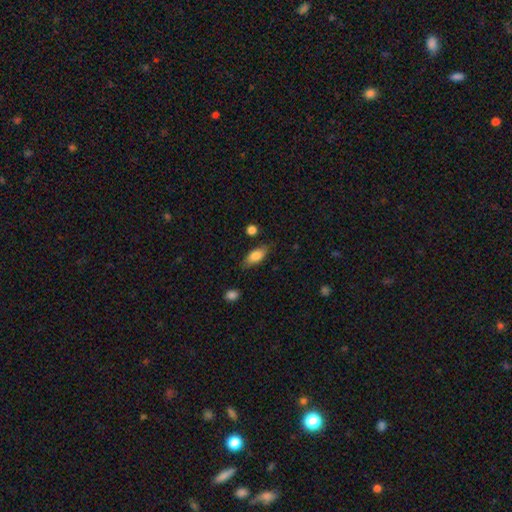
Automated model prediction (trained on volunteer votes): The model was most divided on "merging": none: 76%, minor disturbance: 17%, major disturbance: 4%, merger: 2%. More confident: how rounded — in between (84%); smooth or featured — smooth (81%).